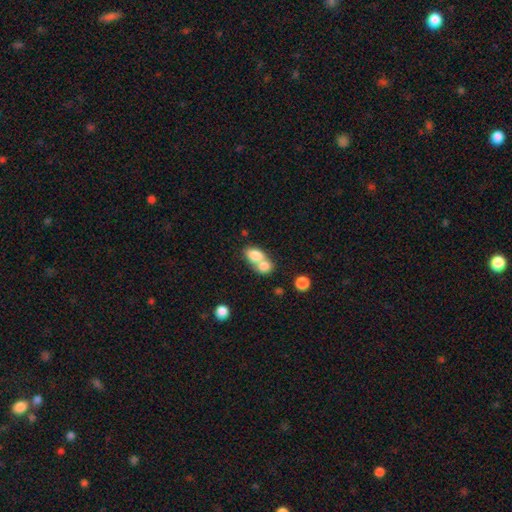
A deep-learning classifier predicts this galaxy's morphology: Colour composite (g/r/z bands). It shows a smooth galaxy with no disk features (79%) that is in between round and cigar-shaped (71%). Merging: merger (68%).